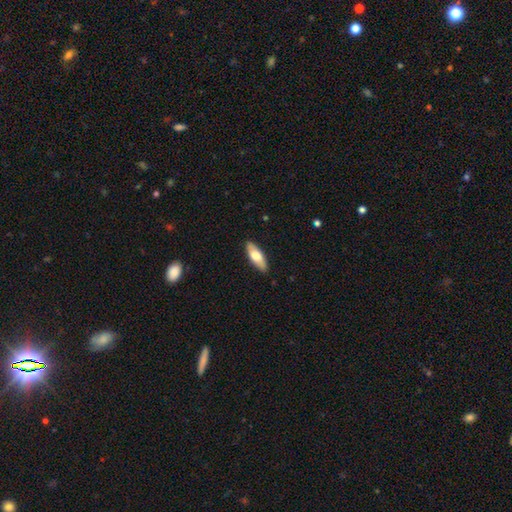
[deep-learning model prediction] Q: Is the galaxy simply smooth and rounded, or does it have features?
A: smooth — 65%.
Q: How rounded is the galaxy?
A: in between — 63%.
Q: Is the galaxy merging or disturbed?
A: none — 88%.